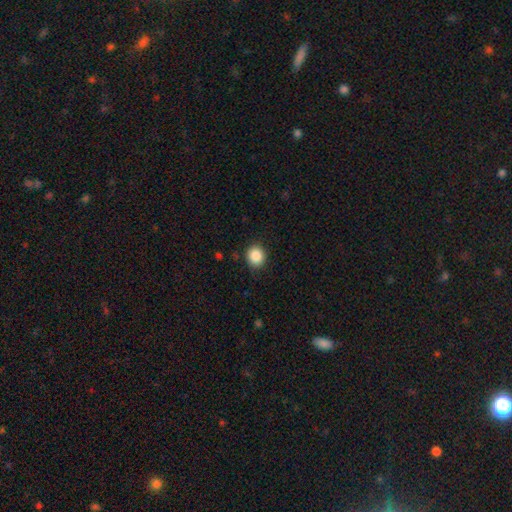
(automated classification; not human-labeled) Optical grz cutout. It shows a smooth galaxy with no disk features (88%) that is round (81%). Merging: none (88%).